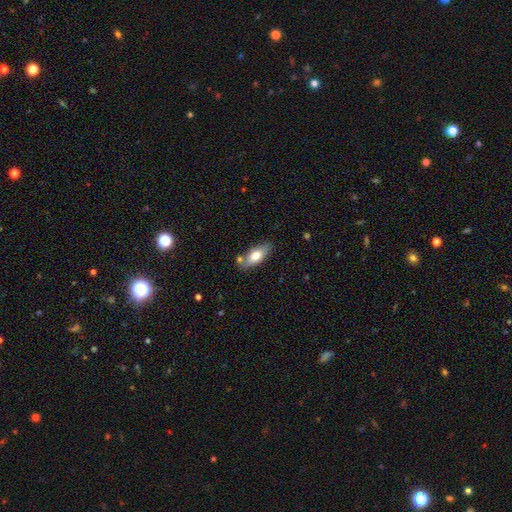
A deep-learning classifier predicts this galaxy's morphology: Smooth or featured?
  - smooth: 71% *
  - featured or disk: 23%
  - star or artifact: 6%
How rounded?
  - in between: 82% *
  - cigar-shaped: 15%
  - round: 3%
Merging?
  - none: 74% *
  - minor disturbance: 15%
  - merger: 8%
  - major disturbance: 3%